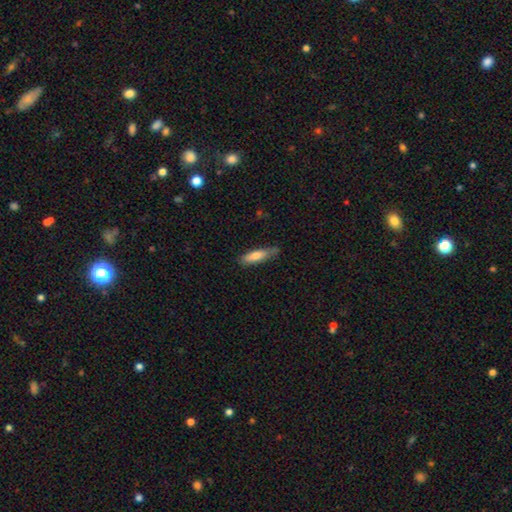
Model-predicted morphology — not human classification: A smooth galaxy with no disk features (75%) that is cigar-shaped (64%). Merging: none (71%).